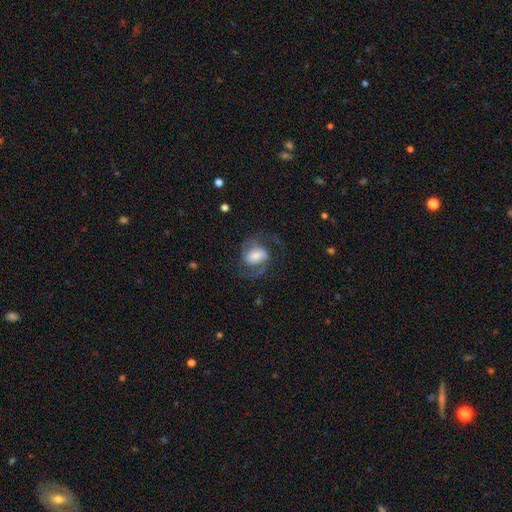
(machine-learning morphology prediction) Smooth or featured? Predicted: featured or disk (p=0.72). Edge-on disk? Predicted: no (p=0.97). Bar? Predicted: weak (p=0.41). Spiral arms? Predicted: yes (p=0.93). Spiral winding? Predicted: medium (p=0.54). Spiral arm count? Predicted: 2 (p=0.89). Bulge size? Predicted: moderate (p=0.33). Merging? Predicted: none (p=0.63).